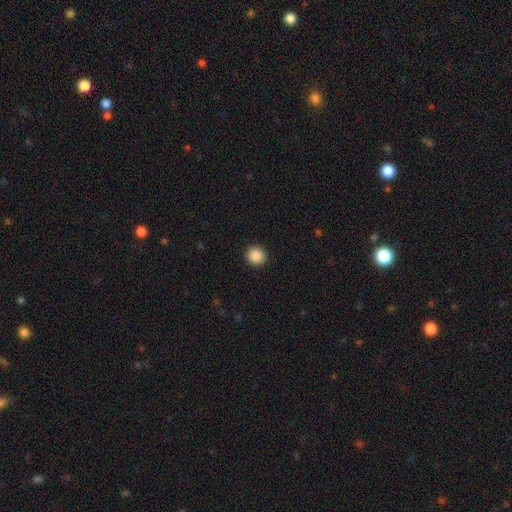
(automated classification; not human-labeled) Morphology: type=smooth (88%); roundness=round (90%); merging=none (92%).